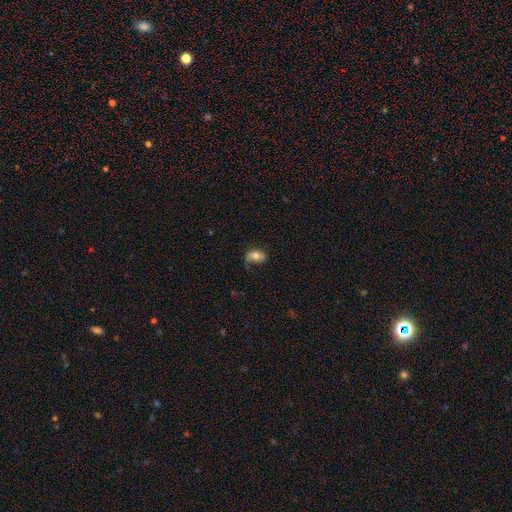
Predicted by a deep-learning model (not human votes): smooth-or-featured: smooth: 59% | featured or disk: 32% | star or artifact: 9%
  how-rounded: in between: 83% | round: 15% | cigar-shaped: 2%
  merging: none: 43% | minor disturbance: 30% | major disturbance: 25% | merger: 3%